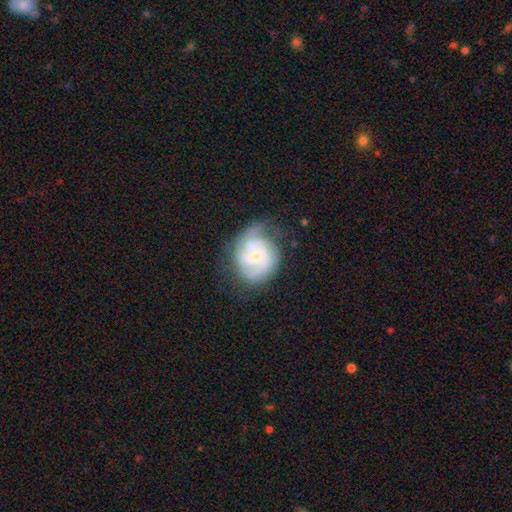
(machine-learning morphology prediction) A featured or disk galaxy (80%) with no bar (47%), 2 (40%) tight (47%) spiral arms (94%) and a small central bulge (65%).

Vote fractions:
- Smooth or featured? featured or disk: 80% / smooth: 14% / star or artifact: 6%
- Edge-on disk? no: 98% / yes: 2%
- Bar? no: 47% / weak: 44% / strong: 9%
- Spiral arms? yes: 94% / no: 6%
- Spiral winding? tight: 47% / medium: 42% / loose: 11%
- Spiral arm count? 2: 40% / 3: 27% / can't tell: 20% / 4: 5% / 1: 5% / more than 4: 3%
- Bulge size? small: 65% / moderate: 21% / none: 11% / large: 2% / dominant: 1%
- Merging? none: 60% / minor disturbance: 24% / major disturbance: 13% / merger: 3%